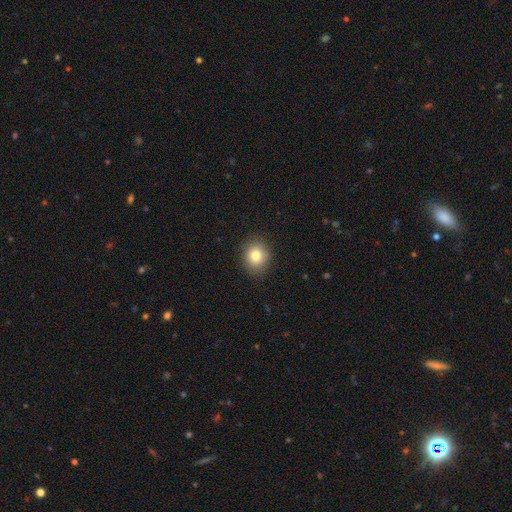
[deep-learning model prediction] smooth-or-featured: smooth: 82% | star or artifact: 10% | featured or disk: 8%
  how-rounded: round: 64% | in between: 35% | cigar-shaped: 1%
  merging: none: 87% | minor disturbance: 10% | major disturbance: 2% | merger: 1%